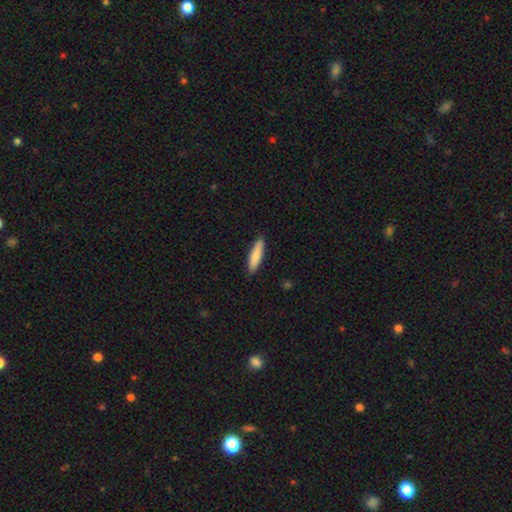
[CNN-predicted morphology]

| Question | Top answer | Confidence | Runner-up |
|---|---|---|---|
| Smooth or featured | smooth | 84% | featured or disk (11%) |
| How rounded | cigar-shaped | 80% | in between (19%) |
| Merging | none | 89% | minor disturbance (8%) |